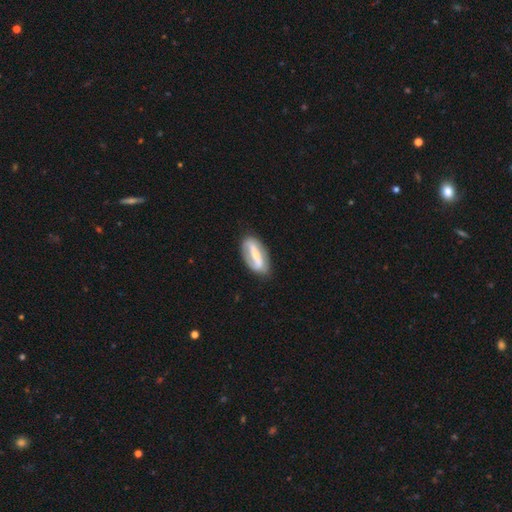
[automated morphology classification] smooth-or-featured: featured or disk: 68% | smooth: 27% | star or artifact: 5%
  disk-edge-on: no: 86% | yes: 14%
    bar: strong: 72% | weak: 17% | no: 11%
    has-spiral-arms: yes: 55% | no: 45%
    bulge-size: small: 47% | moderate: 45% | large: 4% | none: 3% | dominant: 1%
  merging: none: 79% | minor disturbance: 15% | major disturbance: 5% | merger: 2%